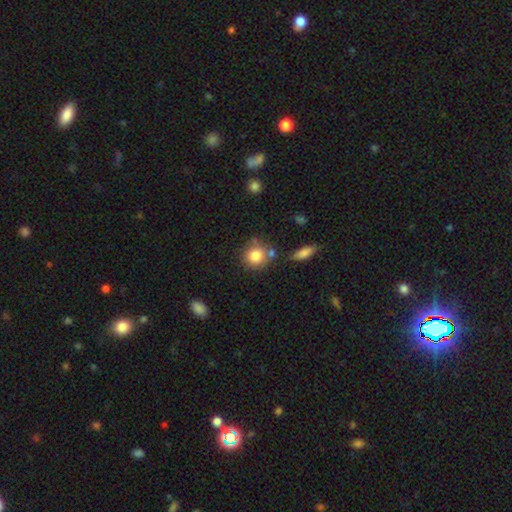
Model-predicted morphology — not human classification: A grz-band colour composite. It shows a smooth galaxy with no disk features (82%) that is round (86%). Merging: none (66%).